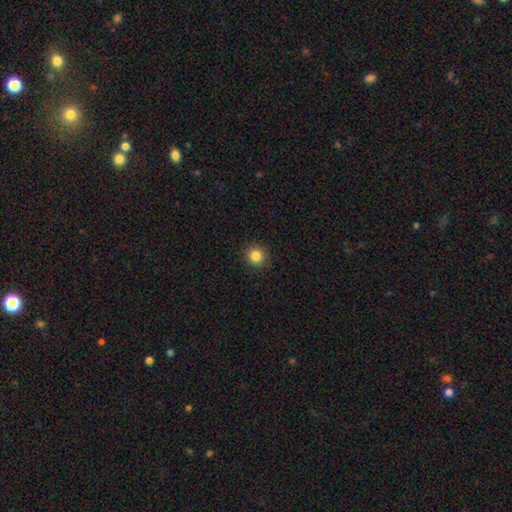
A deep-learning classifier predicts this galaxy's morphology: type=smooth (84%); roundness=round (93%); merging=none (91%).